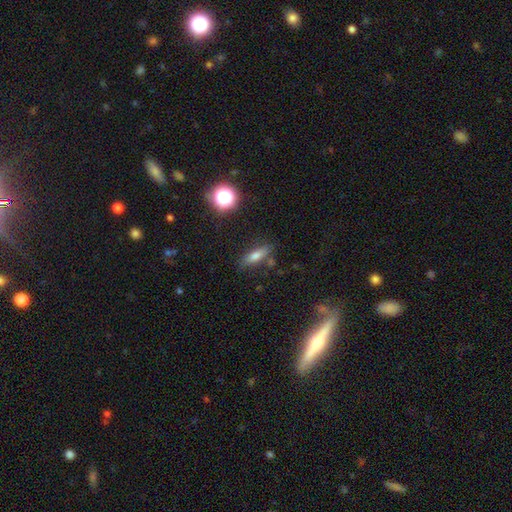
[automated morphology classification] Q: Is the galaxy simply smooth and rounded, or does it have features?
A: smooth — 68%.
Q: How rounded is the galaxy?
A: cigar-shaped — 48%.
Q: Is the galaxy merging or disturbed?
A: none — 79%.